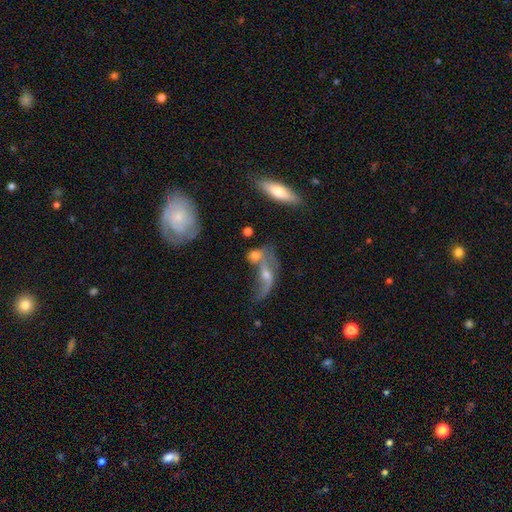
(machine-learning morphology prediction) Smooth or featured: smooth — 50% (featured or disk — 38%)
Merging: merger — 53% (none — 23%)